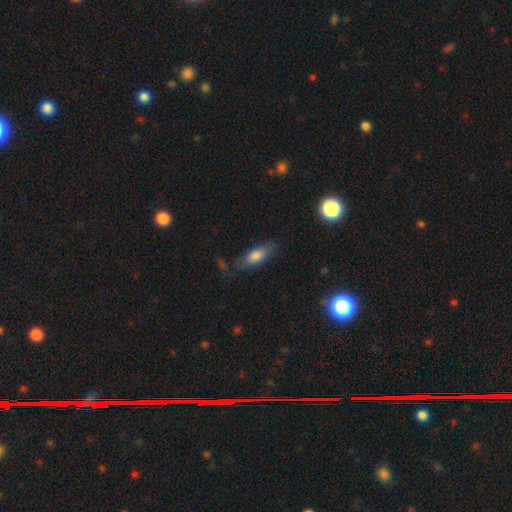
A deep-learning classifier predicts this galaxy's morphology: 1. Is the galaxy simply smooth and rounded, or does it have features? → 75% smooth, 17% featured or disk, 7% star or artifact.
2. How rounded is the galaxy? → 64% in between, 34% cigar-shaped, 2% round.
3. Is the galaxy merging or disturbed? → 71% none, 20% minor disturbance, 7% major disturbance, 3% merger.